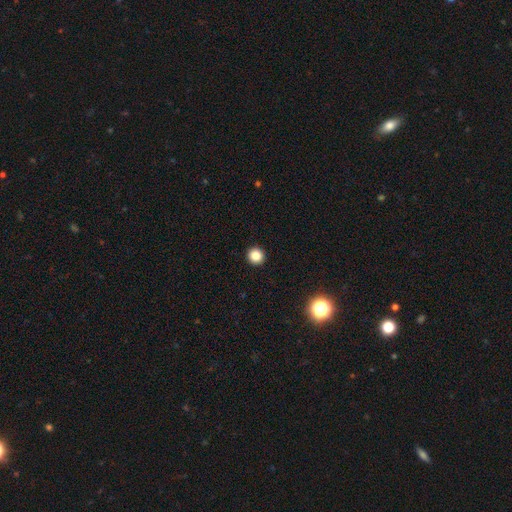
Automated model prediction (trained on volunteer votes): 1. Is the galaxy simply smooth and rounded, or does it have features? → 84% smooth, 12% star or artifact, 4% featured or disk.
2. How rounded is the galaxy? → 95% round, 4% in between, 1% cigar-shaped.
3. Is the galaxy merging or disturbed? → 94% none, 4% minor disturbance, 1% major disturbance, 1% merger.